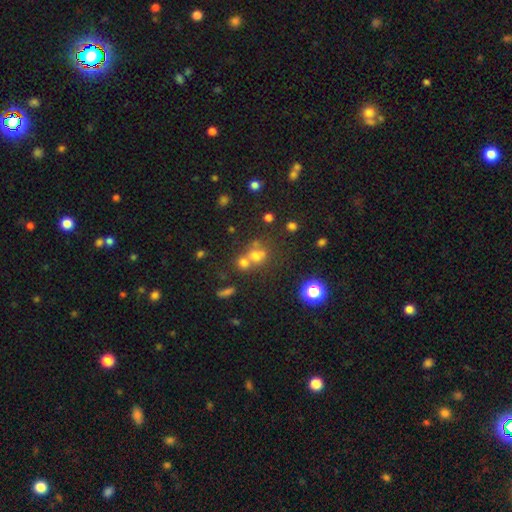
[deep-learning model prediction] smooth 57%, star or artifact 26%, featured or disk 17%. Down the decision tree: how rounded — round (79%); merging — merger (48%).